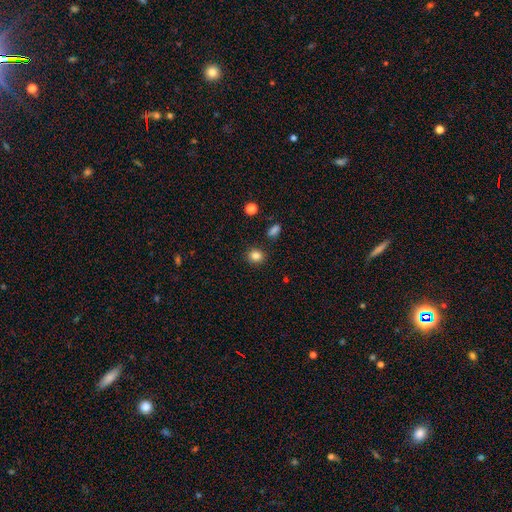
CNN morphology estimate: Overall: smooth (84%). How rounded: round (76%). Merging: none (88%).